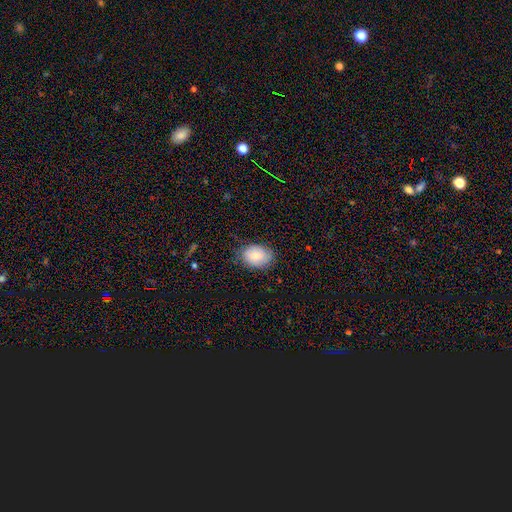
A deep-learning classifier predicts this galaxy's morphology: smooth-or-featured: smooth: 77% | featured or disk: 15% | star or artifact: 7%
  how-rounded: in between: 77% | round: 22% | cigar-shaped: 1%
  merging: none: 78% | minor disturbance: 17% | major disturbance: 4% | merger: 1%